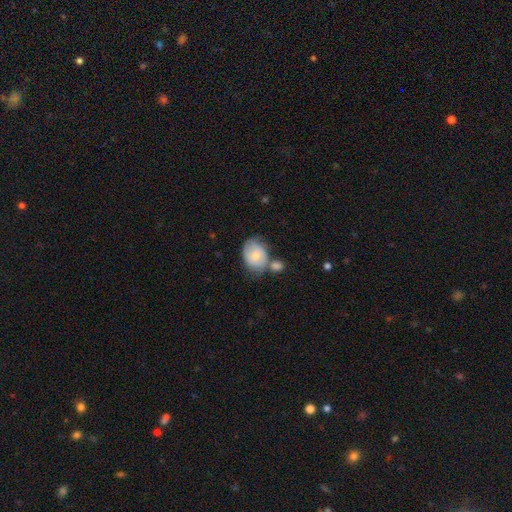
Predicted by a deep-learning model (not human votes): Overall: smooth (66%; featured or disk 27%). How rounded: in between (58%; round 41%). Merging: none (41%; merger 27%).